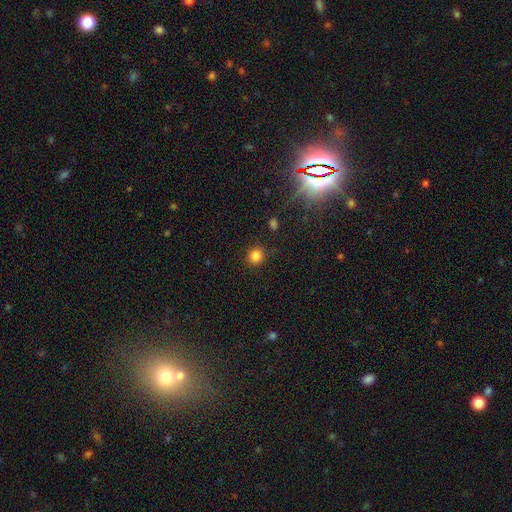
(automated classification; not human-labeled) Smooth or featured?
  - smooth: 83% *
  - star or artifact: 12%
  - featured or disk: 4%
How rounded?
  - round: 91% *
  - in between: 8%
  - cigar-shaped: 1%
Merging?
  - none: 88% *
  - minor disturbance: 8%
  - major disturbance: 3%
  - merger: 2%